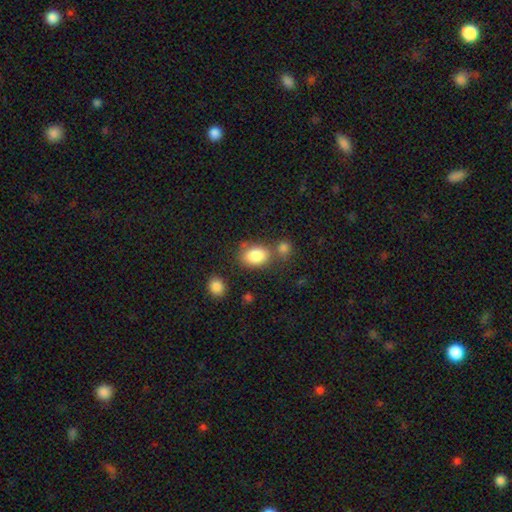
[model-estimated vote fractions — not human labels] Q: Smooth or featured?
A: smooth (85%); runner-up: star or artifact (8%)
Q: How rounded?
A: in between (78%); runner-up: round (21%)
Q: Merging?
A: none (57%); runner-up: merger (23%)